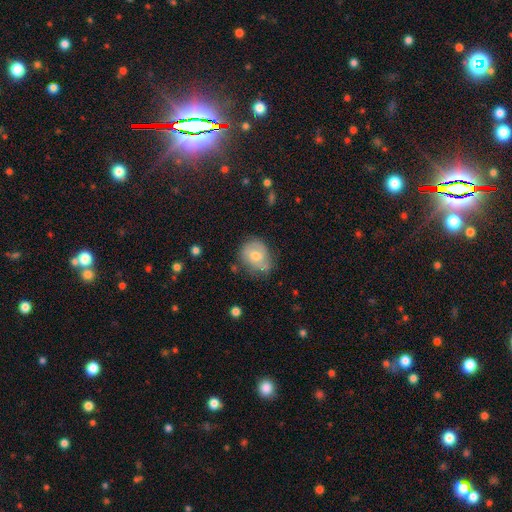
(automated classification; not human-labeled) Overall: smooth (46%; featured or disk 45%). Merging: none (57%; minor disturbance 30%).